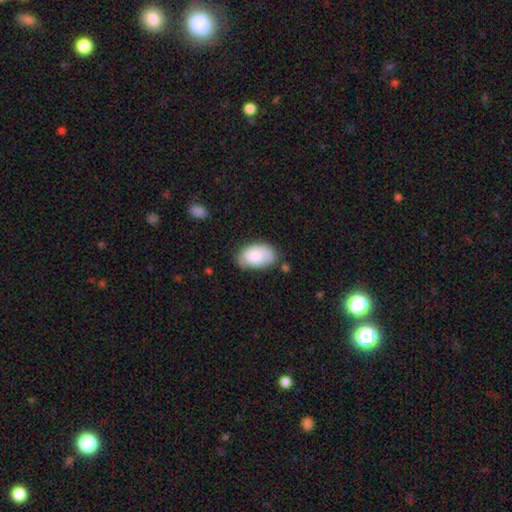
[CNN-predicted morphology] Smooth or featured?
  - smooth: 74% *
  - featured or disk: 20%
  - star or artifact: 6%
How rounded?
  - in between: 90% *
  - round: 9%
  - cigar-shaped: 1%
Merging?
  - none: 62% *
  - minor disturbance: 27%
  - major disturbance: 8%
  - merger: 4%